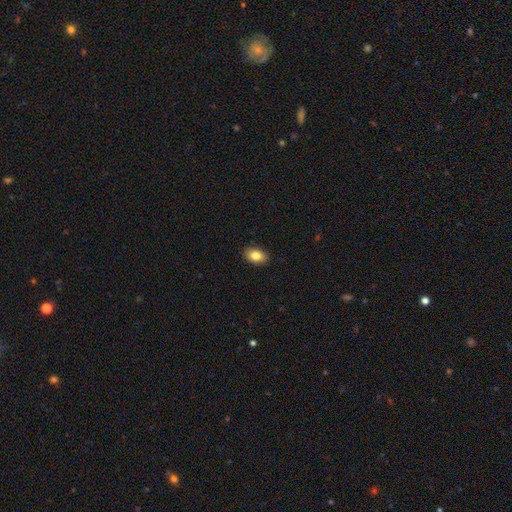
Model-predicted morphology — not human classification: Smooth or featured? Predicted: smooth (p=0.85). How rounded? Predicted: in between (p=0.89). Merging? Predicted: none (p=0.89).